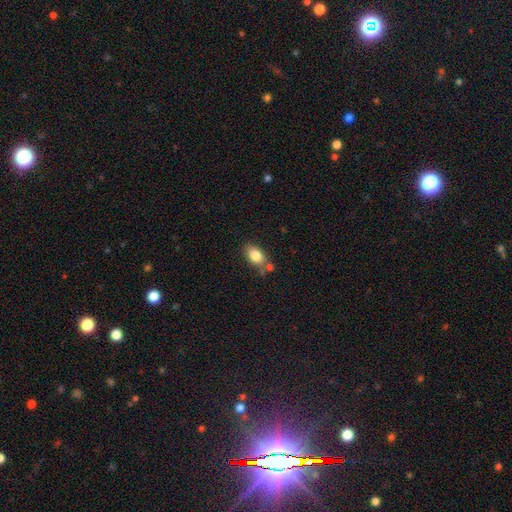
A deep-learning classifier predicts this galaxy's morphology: This appears to be a smooth galaxy with no disk features (81%) that is in between round and cigar-shaped (85%). Merging: none (64%).